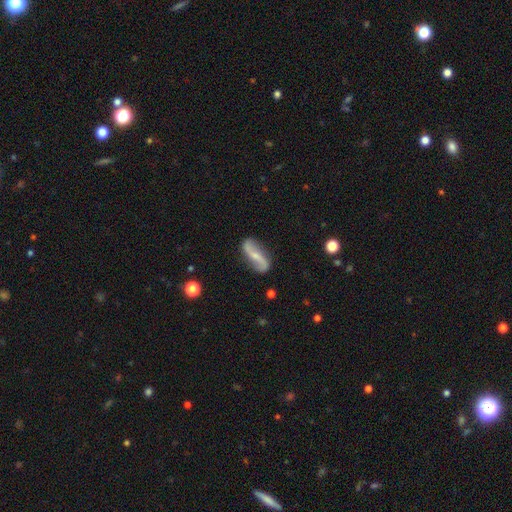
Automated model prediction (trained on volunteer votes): A featured or disk galaxy (81%) with a strong bar (36%), 2 (93%) loose (83%) spiral arms (93%) and a small central bulge (61%).

Vote fractions:
- Smooth or featured? featured or disk: 81% / smooth: 14% / star or artifact: 5%
- Edge-on disk? no: 93% / yes: 7%
- Bar? strong: 36% / no: 32% / weak: 32%
- Spiral arms? yes: 93% / no: 7%
- Spiral winding? loose: 83% / medium: 12% / tight: 5%
- Spiral arm count? 2: 93% / can't tell: 2% / 1: 2% / 3: 1% / 4: 1% / more than 4: 1%
- Bulge size? small: 61% / moderate: 24% / none: 12% / large: 2% / dominant: 1%
- Merging? none: 82% / minor disturbance: 13% / major disturbance: 4% / merger: 2%